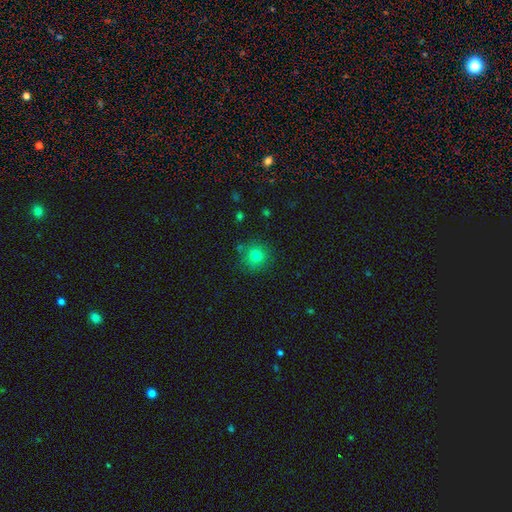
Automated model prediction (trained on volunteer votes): smooth_or_featured: smooth (p=0.77) [alt: star or artifact p=0.15]
how_rounded: round (p=0.93) [alt: in between p=0.06]
merging: none (p=0.82) [alt: minor disturbance p=0.10]